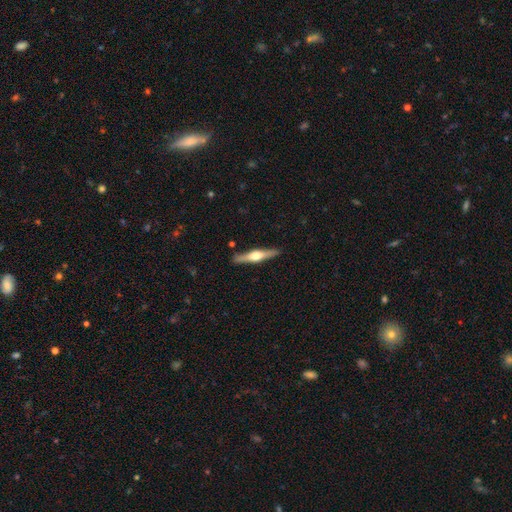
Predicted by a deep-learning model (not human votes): A featured or disk galaxy (66%) viewed edge-on (97%) with a rounded central bulge (93%). Merging: none (89%).